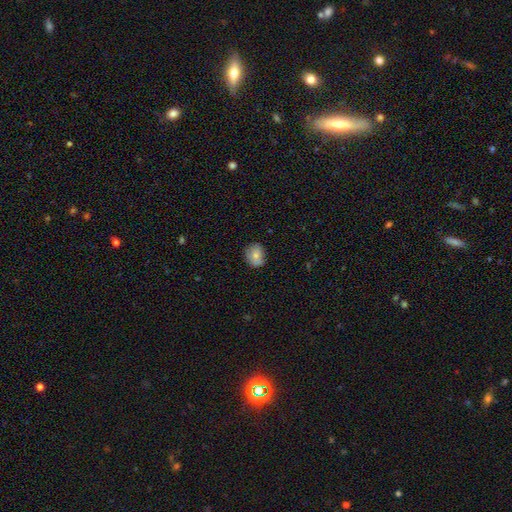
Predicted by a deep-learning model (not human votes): smooth-or-featured: smooth: 77% | featured or disk: 14% | star or artifact: 8%
  how-rounded: round: 51% | in between: 48% | cigar-shaped: 1%
  merging: none: 75% | minor disturbance: 20% | major disturbance: 3% | merger: 1%